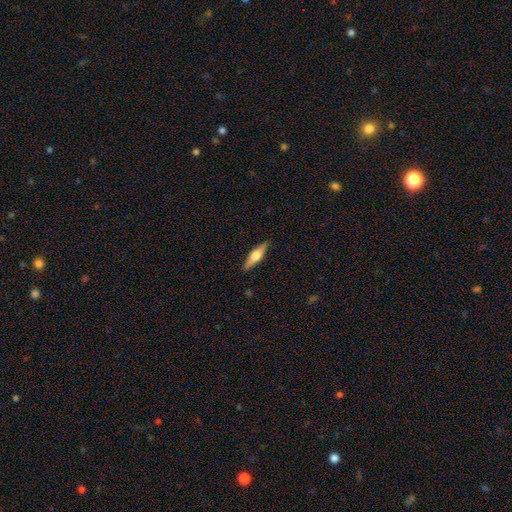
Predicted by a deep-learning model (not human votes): Smooth or featured? Predicted: featured or disk (p=0.55). Edge-on disk? Predicted: yes (p=0.95). Edge-on bulge? Predicted: rounded (p=0.92). Merging? Predicted: none (p=0.89).